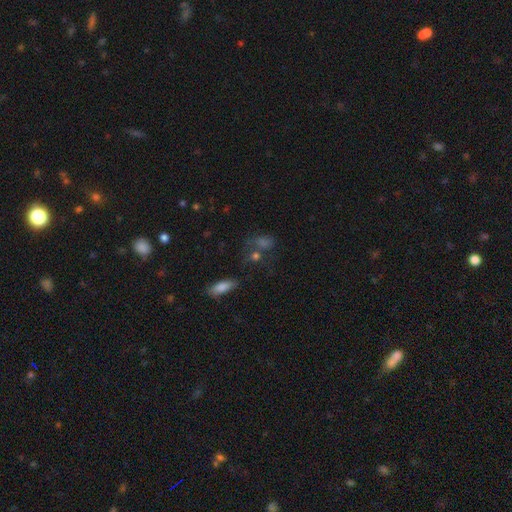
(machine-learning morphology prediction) type=smooth (44%); merging=none (58%).